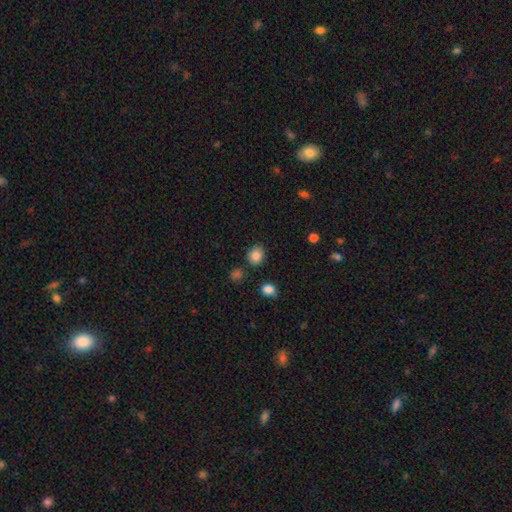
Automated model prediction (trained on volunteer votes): A smooth galaxy with no disk features (86%) that is round (60%). Merging: none (80%).